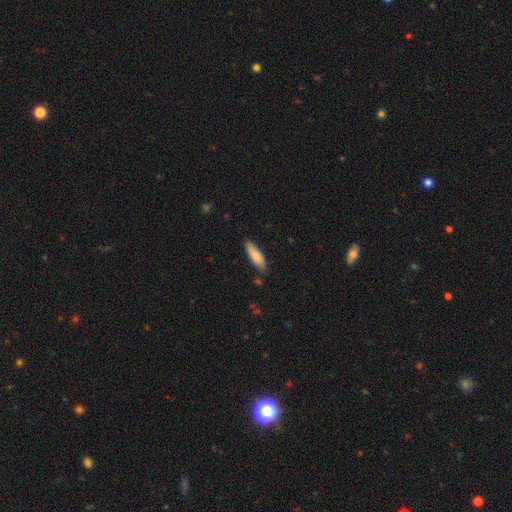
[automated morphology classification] Smooth or featured?
  - smooth: 81% *
  - featured or disk: 13%
  - star or artifact: 6%
How rounded?
  - cigar-shaped: 49% * (tied)
  - in between: 49% * (tied)
  - round: 2%
Merging?
  - none: 81% *
  - minor disturbance: 15%
  - major disturbance: 2%
  - merger: 2%